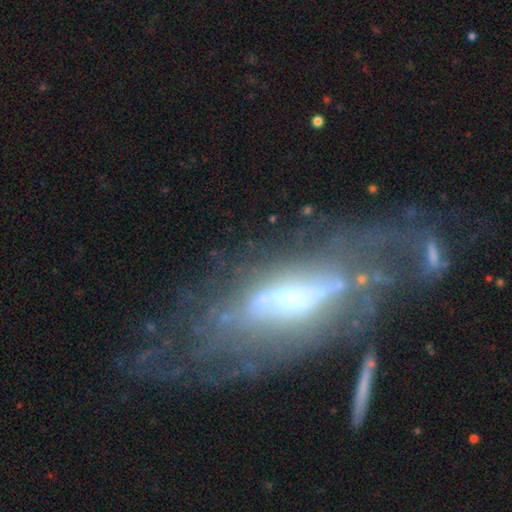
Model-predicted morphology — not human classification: type=featured or disk (72%); edge-on=no (73%); bar=no (38%); spiral arms=yes (56%); bulge=moderate (43%); merging=none (37%).